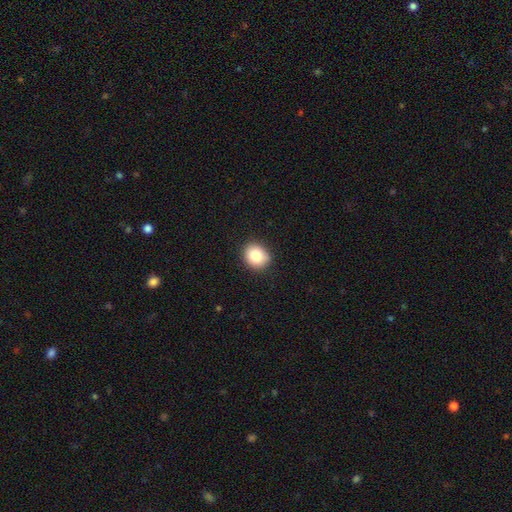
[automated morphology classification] smooth_or_featured: smooth (p=0.82) [alt: star or artifact p=0.09]
how_rounded: round (p=0.71) [alt: in between p=0.28]
merging: none (p=0.89) [alt: minor disturbance p=0.08]